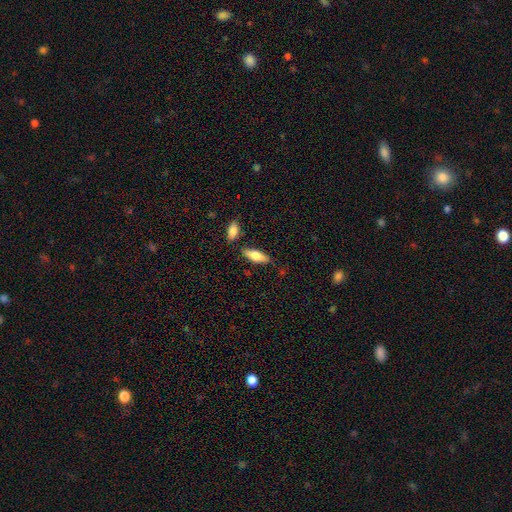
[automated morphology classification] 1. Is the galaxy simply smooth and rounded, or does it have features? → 69% smooth, 25% featured or disk, 6% star or artifact.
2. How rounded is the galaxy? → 62% in between, 35% cigar-shaped, 2% round.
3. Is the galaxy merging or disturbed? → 79% none, 13% minor disturbance, 6% merger, 3% major disturbance.